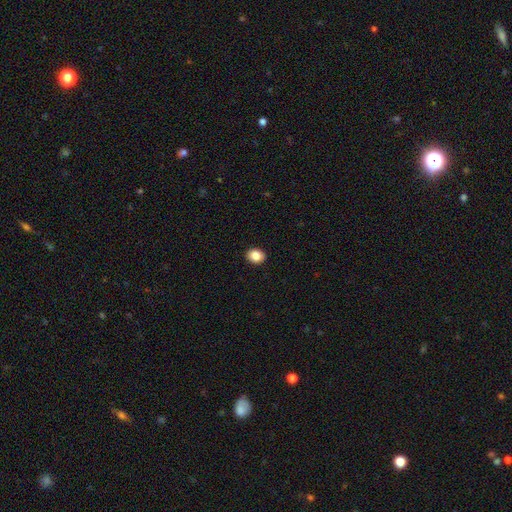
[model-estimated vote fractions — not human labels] A smooth galaxy with no disk features (86%) that is in between round and cigar-shaped (52%). Merging: none (92%).